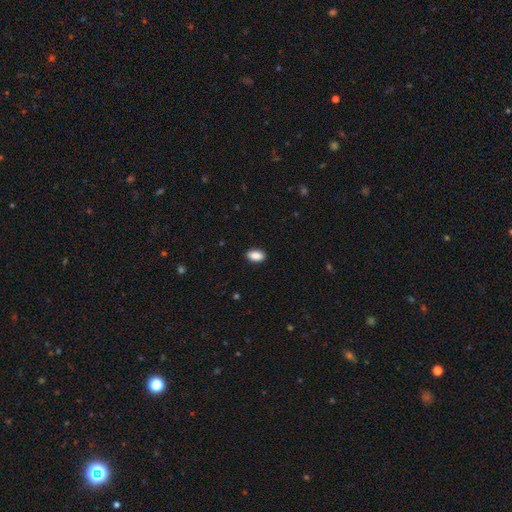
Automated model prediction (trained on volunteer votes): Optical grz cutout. It shows a smooth galaxy with no disk features (90%) that is in between round and cigar-shaped (93%). Merging: none (90%).